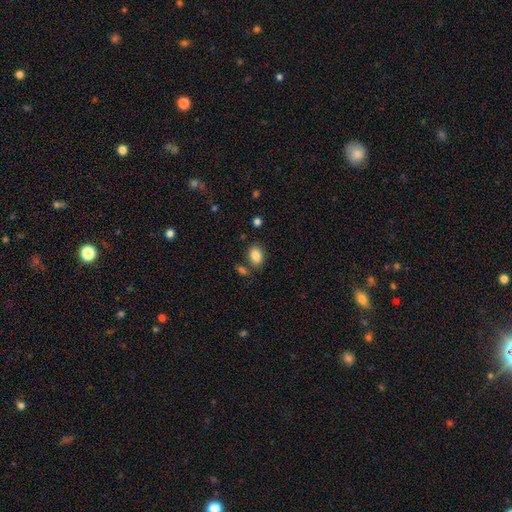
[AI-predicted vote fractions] Smooth or featured?
  - smooth: 85% *
  - star or artifact: 9%
  - featured or disk: 6%
How rounded?
  - in between: 77% *
  - round: 22%
  - cigar-shaped: 1%
Merging?
  - none: 76% *
  - minor disturbance: 12%
  - merger: 9%
  - major disturbance: 4%